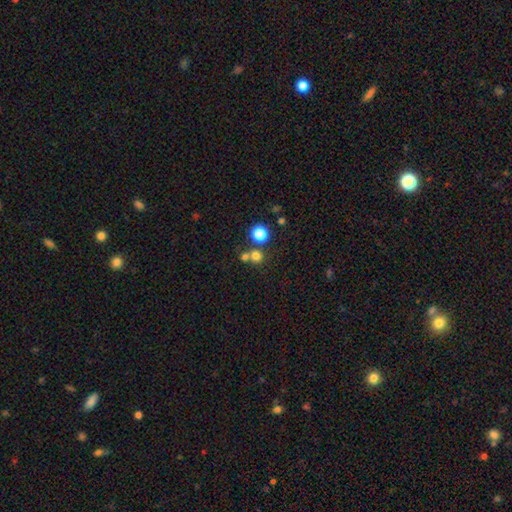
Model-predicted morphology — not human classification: smooth 72%, star or artifact 19%, featured or disk 9%. Down the decision tree: how rounded — round (89%); merging — none (57%).